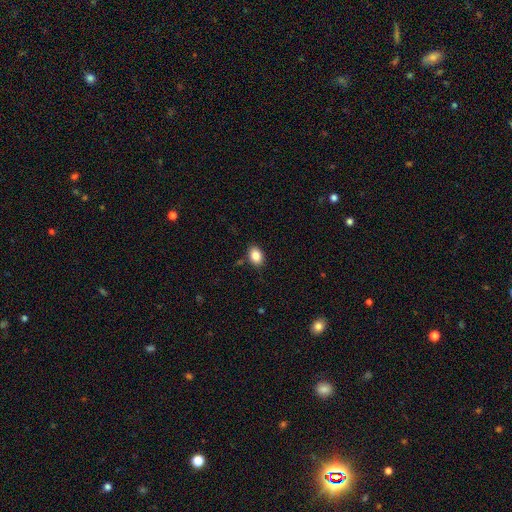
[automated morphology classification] smooth-or-featured: smooth: 86% | star or artifact: 8% | featured or disk: 6%
  how-rounded: in between: 78% | round: 21% | cigar-shaped: 1%
  merging: none: 85% | minor disturbance: 11% | major disturbance: 2% | merger: 2%